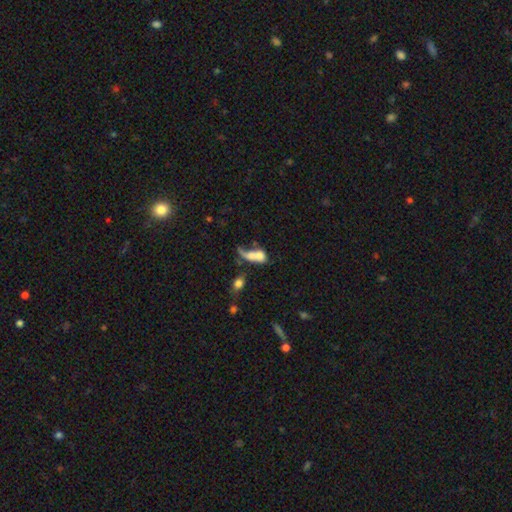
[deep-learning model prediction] smooth-or-featured: smooth: 58% | featured or disk: 30% | star or artifact: 12%
  how-rounded: in between: 65% | round: 22% | cigar-shaped: 14%
  merging: merger: 51% | major disturbance: 24% | none: 16% | minor disturbance: 9%